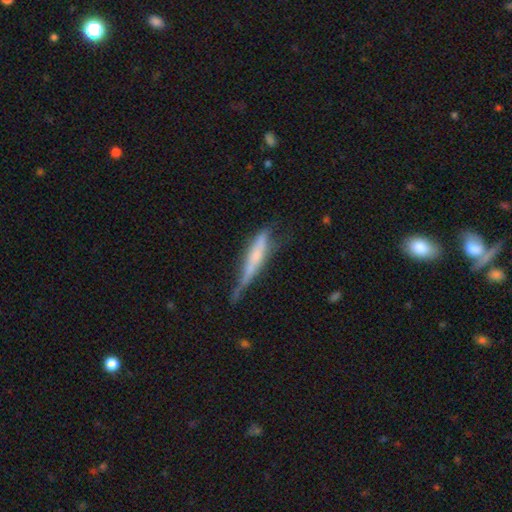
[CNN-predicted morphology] The model was most divided on "merging": none: 40%, minor disturbance: 38%, major disturbance: 18%, merger: 4%. Remaining: smooth or featured — smooth (49%).